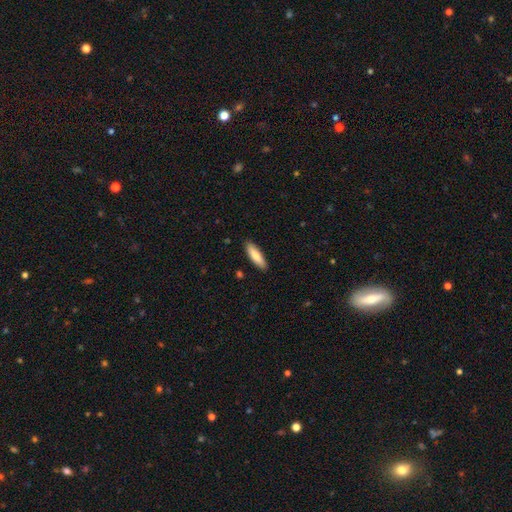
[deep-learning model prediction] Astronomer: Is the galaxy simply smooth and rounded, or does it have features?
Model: smooth — 81%.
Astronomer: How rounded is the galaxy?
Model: cigar-shaped — 61% (runner-up: in between, 37%).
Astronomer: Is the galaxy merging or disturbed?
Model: none — 89%.